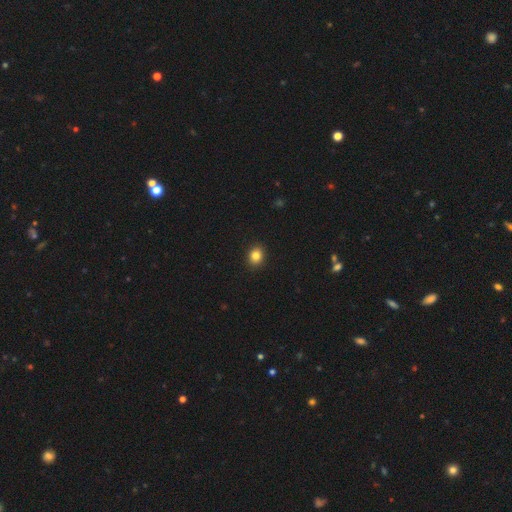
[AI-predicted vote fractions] Smooth or featured: smooth — 84% (star or artifact — 11%)
How rounded: round — 62% (in between — 37%)
Merging: none — 92% (minor disturbance — 6%)